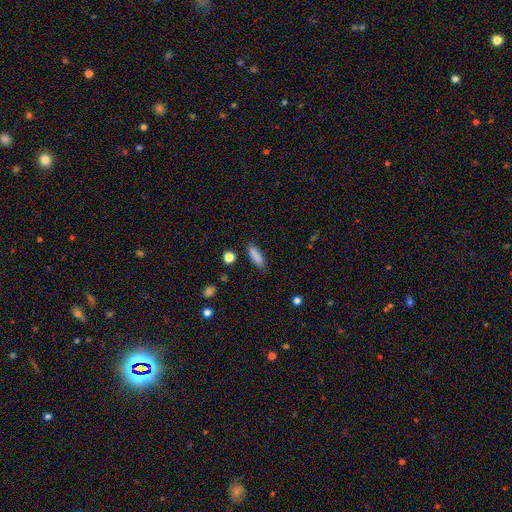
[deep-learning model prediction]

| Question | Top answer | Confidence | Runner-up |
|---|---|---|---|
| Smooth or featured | smooth | 86% | star or artifact (8%) |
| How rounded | cigar-shaped | 64% | in between (34%) |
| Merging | none | 86% | minor disturbance (10%) |